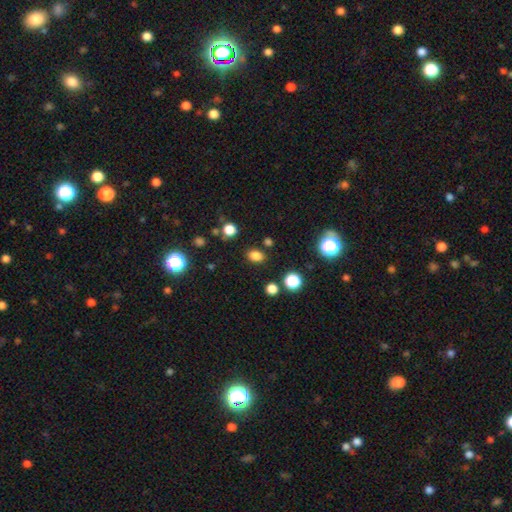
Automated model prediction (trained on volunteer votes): smooth 81%, star or artifact 15%, featured or disk 4%. Down the decision tree: how rounded — in between (71%); merging — none (84%).